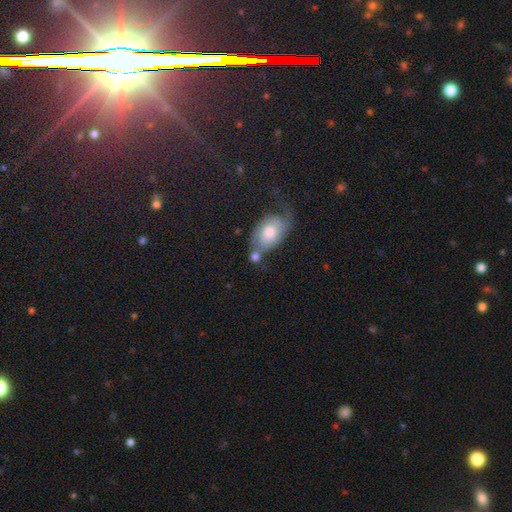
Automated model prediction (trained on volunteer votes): Morphology: type=smooth (58%); roundness=in between (74%); merging=none (40%).